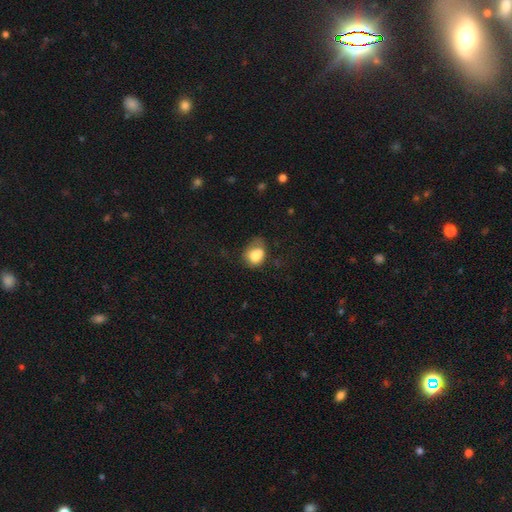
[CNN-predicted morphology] The model was most divided on "merging": none: 37%, minor disturbance: 34%, major disturbance: 22%, merger: 6%. More confident: smooth or featured — smooth (79%); how rounded — in between (56%).